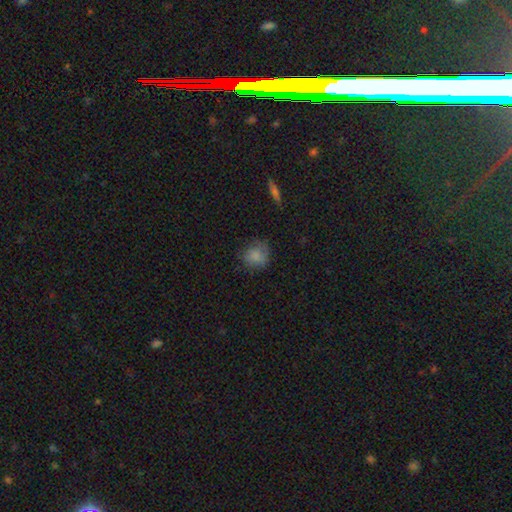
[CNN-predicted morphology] A smooth galaxy with no disk features (79%) that is round (81%). Merging: none (67%).